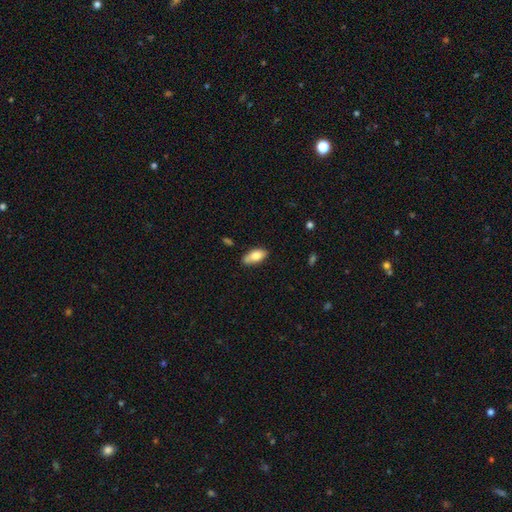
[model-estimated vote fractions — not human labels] Overall: smooth (80%). How rounded: in between (89%). Merging: none (71%).